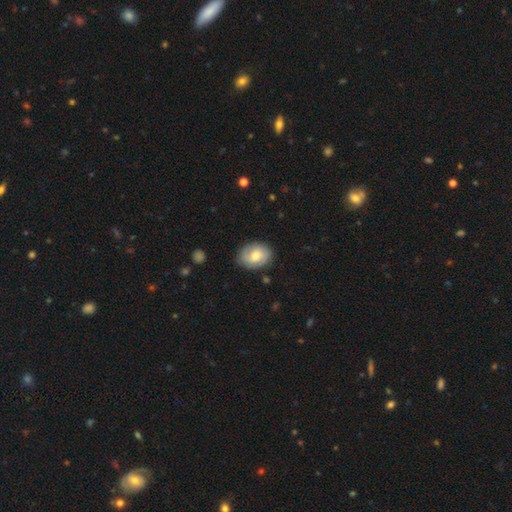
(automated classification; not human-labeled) Morphology: type=smooth (60%); roundness=in between (64%); merging=none (81%).